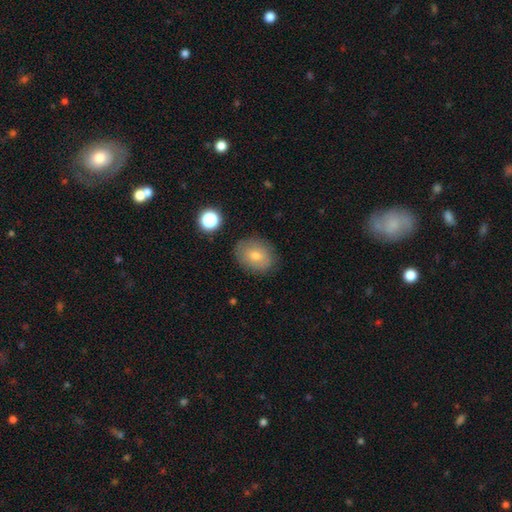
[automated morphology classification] type=smooth (68%); roundness=in between (51%); merging=none (84%).